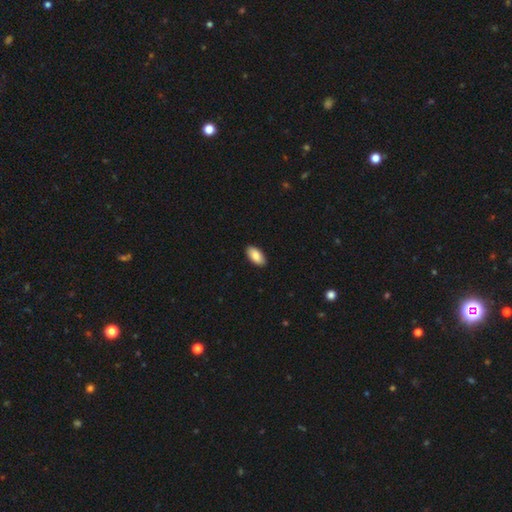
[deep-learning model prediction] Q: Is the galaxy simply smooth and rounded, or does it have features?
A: smooth — 86%.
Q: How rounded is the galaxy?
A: in between — 94%.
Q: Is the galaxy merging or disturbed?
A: none — 91%.